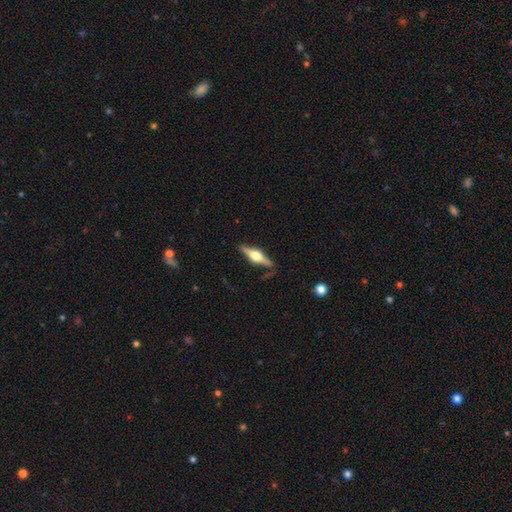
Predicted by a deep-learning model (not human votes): A featured or disk galaxy (75%) viewed edge-on (97%) with a rounded central bulge (94%).

Vote fractions:
- Smooth or featured? featured or disk: 75% / smooth: 19% / star or artifact: 5%
- Edge-on disk? yes: 97% / no: 3%
- Edge-on bulge? rounded: 94% / boxy: 5% / none: 1%
- Merging? none: 85% / minor disturbance: 10% / major disturbance: 3% / merger: 2%